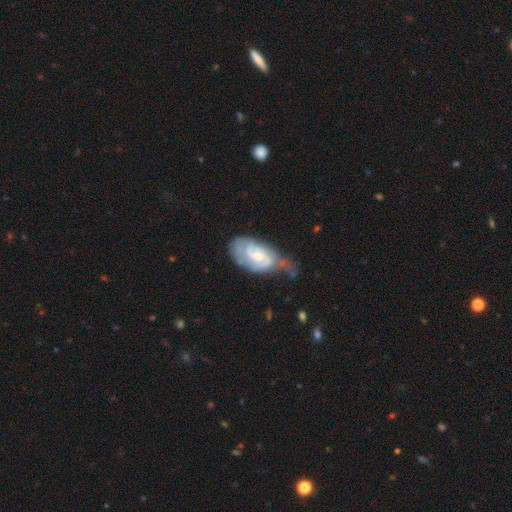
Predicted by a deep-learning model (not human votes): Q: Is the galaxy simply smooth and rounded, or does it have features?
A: featured or disk — 72%.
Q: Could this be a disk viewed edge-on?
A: no — 96%.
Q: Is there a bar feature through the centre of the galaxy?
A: no — 47%.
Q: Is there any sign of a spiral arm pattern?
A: yes — 86%.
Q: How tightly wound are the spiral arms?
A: tight — 46%.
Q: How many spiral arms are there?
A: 2 — 54%.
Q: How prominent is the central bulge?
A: small — 45%.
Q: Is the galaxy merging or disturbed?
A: minor disturbance — 38%.